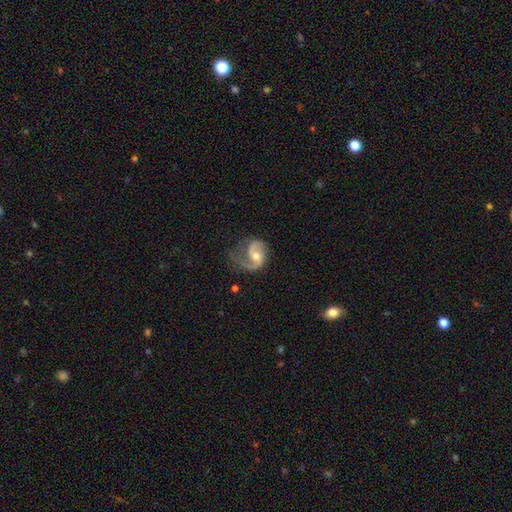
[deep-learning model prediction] smooth-or-featured: featured or disk: 86% | smooth: 9% | star or artifact: 5%
  disk-edge-on: no: 98% | yes: 2%
    bar: no: 51% | weak: 38% | strong: 11%
    has-spiral-arms: yes: 96% | no: 4%
      spiral-winding: medium: 49% | loose: 35% | tight: 15%
      spiral-arm-count: 2: 76% | 1: 18% | can't tell: 3% | 3: 1% | 4: 1% | more than 4: 1%
    bulge-size: moderate: 63% | small: 29% | large: 4% | none: 2% | dominant: 1%
  merging: none: 52% | minor disturbance: 24% | major disturbance: 22% | merger: 2%